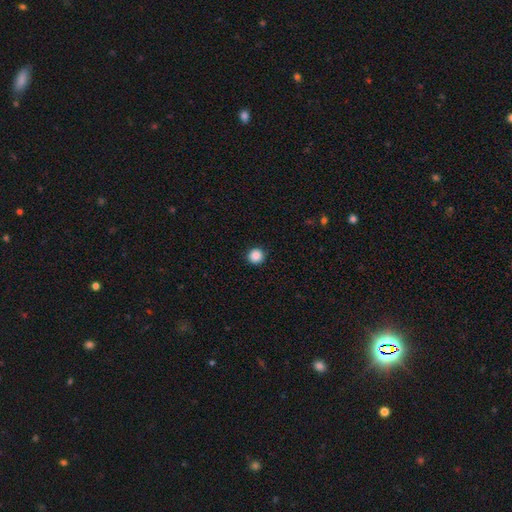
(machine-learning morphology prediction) Q: Smooth or featured?
A: smooth (88%); runner-up: star or artifact (10%)
Q: How rounded?
A: round (95%); runner-up: in between (4%)
Q: Merging?
A: none (92%); runner-up: minor disturbance (5%)